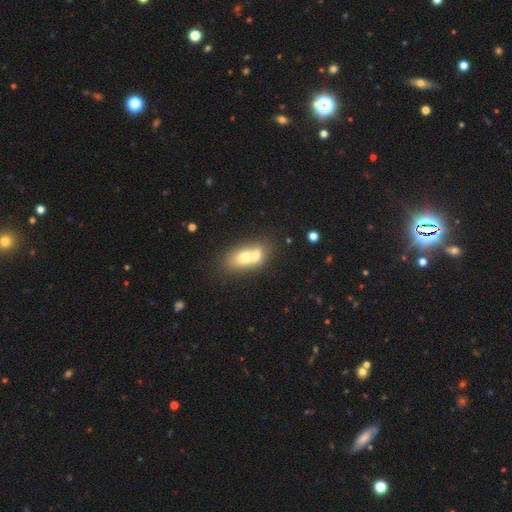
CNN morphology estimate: A smooth galaxy with no disk features (64%) that is in between round and cigar-shaped (74%). Merging: merger (69%).